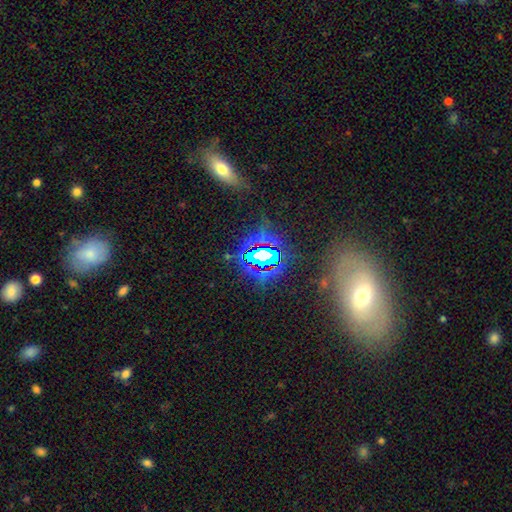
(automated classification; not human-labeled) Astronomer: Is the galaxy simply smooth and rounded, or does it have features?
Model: star or artifact — 70%.